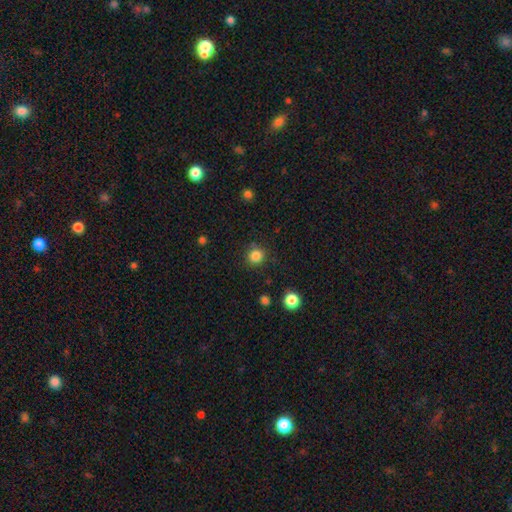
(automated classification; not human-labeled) This appears to be a smooth galaxy with no disk features (84%) that is round (91%). Merging: none (87%).